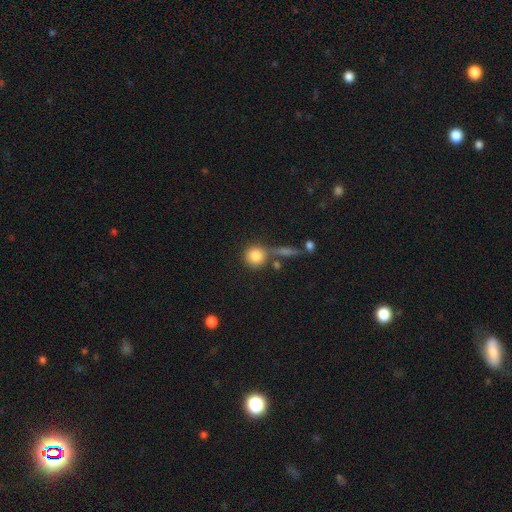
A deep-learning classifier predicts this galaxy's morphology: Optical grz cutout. It shows a smooth galaxy with no disk features (81%) that is round (89%). Merging: none (64%).